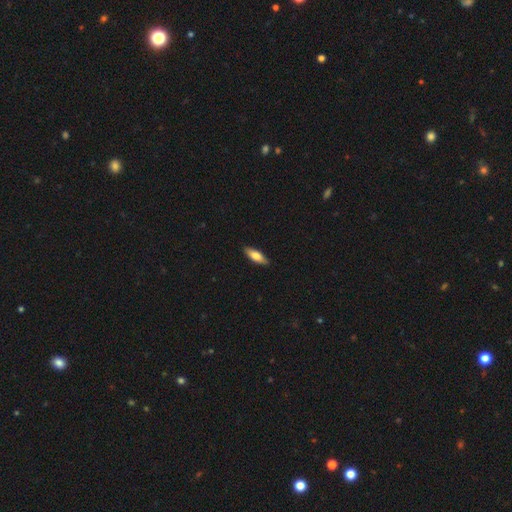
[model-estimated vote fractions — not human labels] This is likely a smooth galaxy (73%). How rounded: possibly in between (60%). Merging: clearly none (88%).